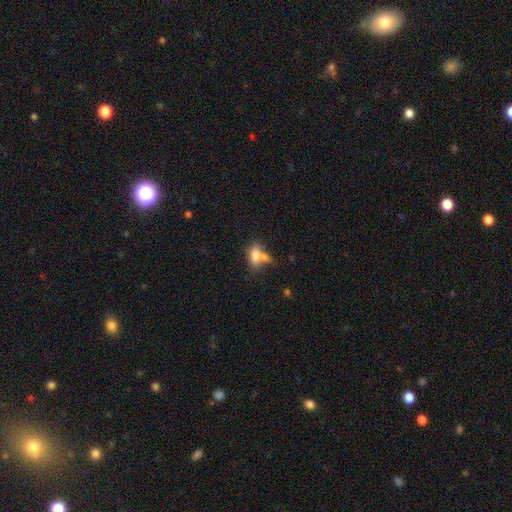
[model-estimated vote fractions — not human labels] Smooth or featured? smooth (73%)
How rounded? in between (82%)
Merging? merger (42%)